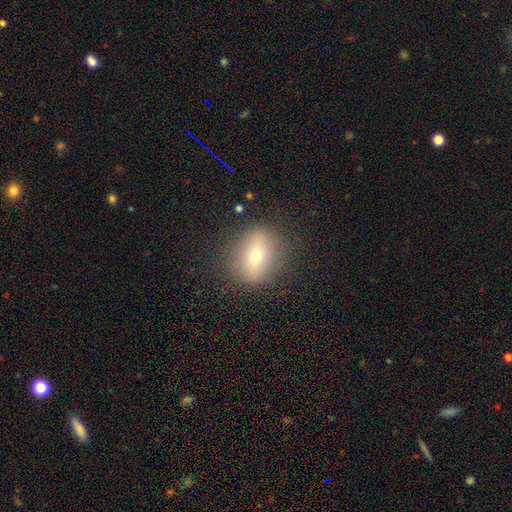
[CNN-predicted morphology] This appears to be a smooth galaxy with no disk features (62%) that is round (49%). Merging: none (84%).